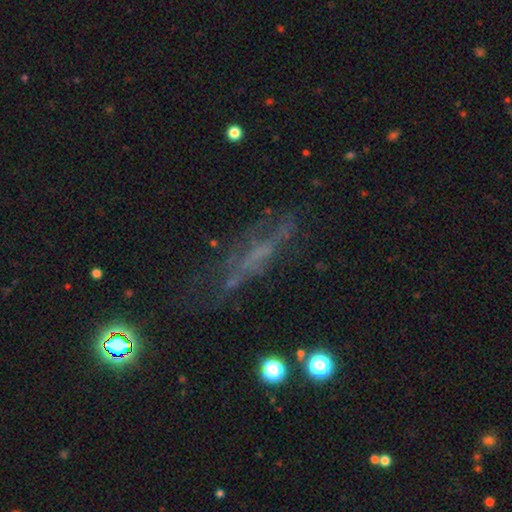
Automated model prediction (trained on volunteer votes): Smooth or featured: featured or disk — 49% (smooth — 28%)
Merging: none — 55% (minor disturbance — 21%)